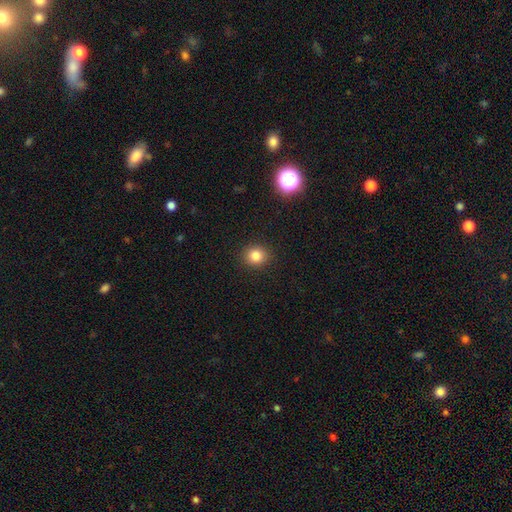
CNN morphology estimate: Smooth or featured? Predicted: smooth (p=0.82). How rounded? Predicted: round (p=0.84). Merging? Predicted: none (p=0.91).